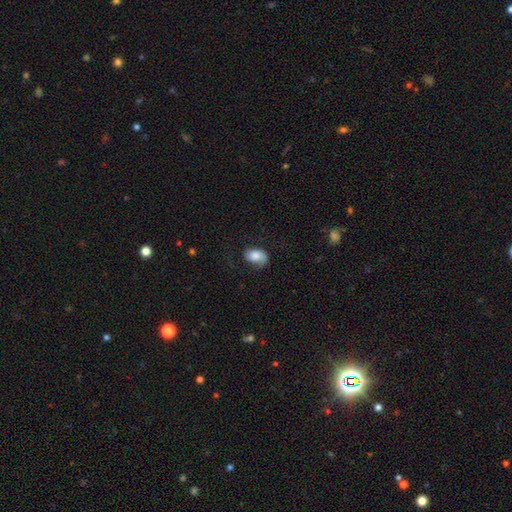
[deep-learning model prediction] The model was most divided on "merging": none: 53%, minor disturbance: 27%, major disturbance: 19%, merger: 2%. More confident: how rounded — in between (82%); smooth or featured — smooth (60%).